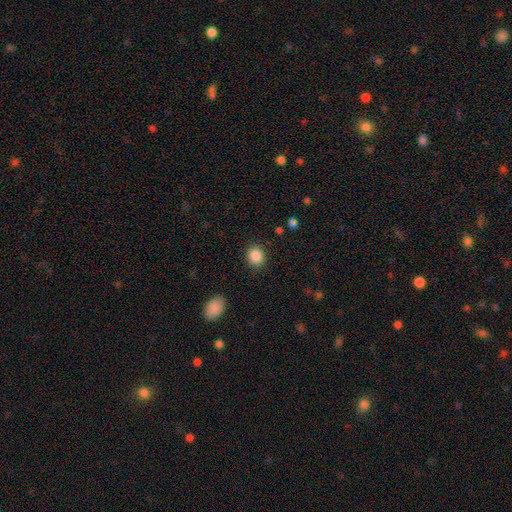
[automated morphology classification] Smooth or featured? smooth (87%)
How rounded? round (74%)
Merging? none (89%)